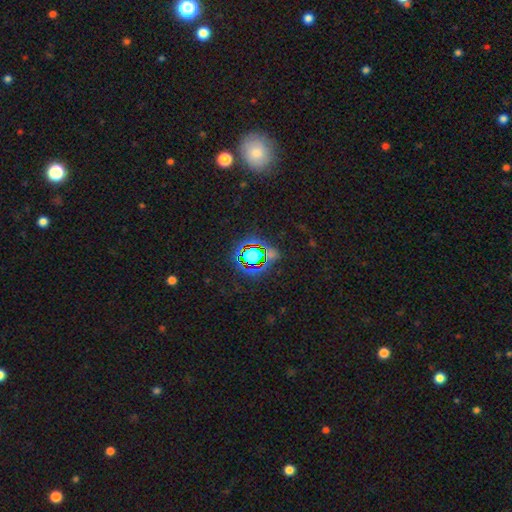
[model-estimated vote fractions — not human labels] A star or artifact, not a galaxy (74%).